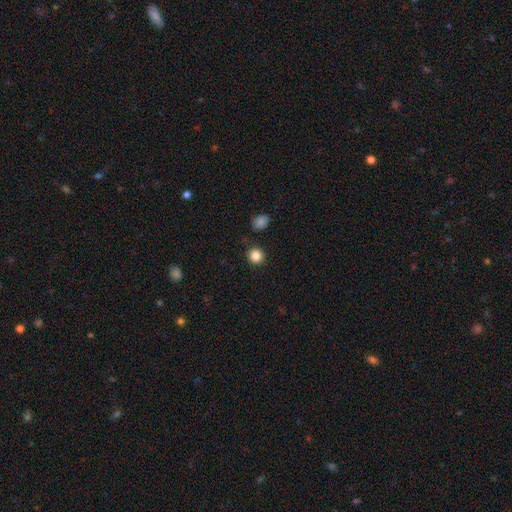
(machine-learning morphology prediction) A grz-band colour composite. It shows a smooth galaxy with no disk features (86%) that is round (90%). Merging: none (88%).